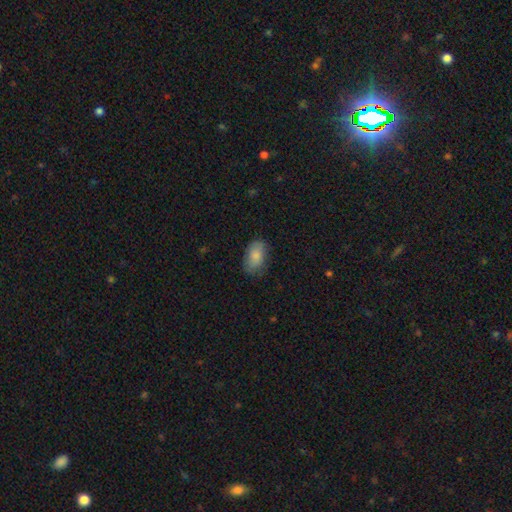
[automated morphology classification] The model was most divided on "merging": none: 77%, minor disturbance: 18%, major disturbance: 4%, merger: 1%. More confident: how rounded — in between (93%); smooth or featured — smooth (85%).